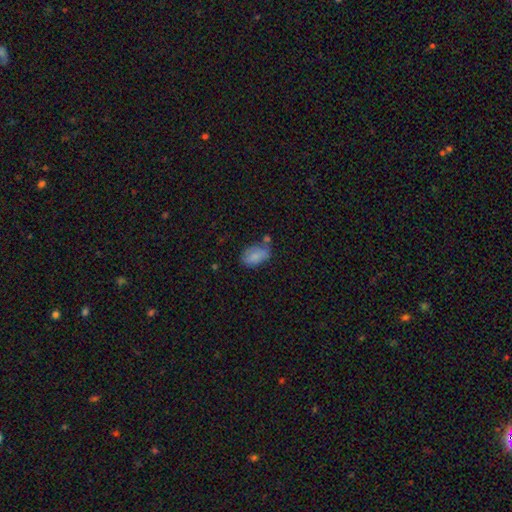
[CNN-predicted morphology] A smooth galaxy with no disk features (81%) that is in between round and cigar-shaped (91%).

Vote fractions:
- Smooth or featured? smooth: 81% / featured or disk: 11% / star or artifact: 8%
- How rounded? in between: 91% / round: 7% / cigar-shaped: 2%
- Merging? none: 49% / minor disturbance: 28% / merger: 13% / major disturbance: 9%